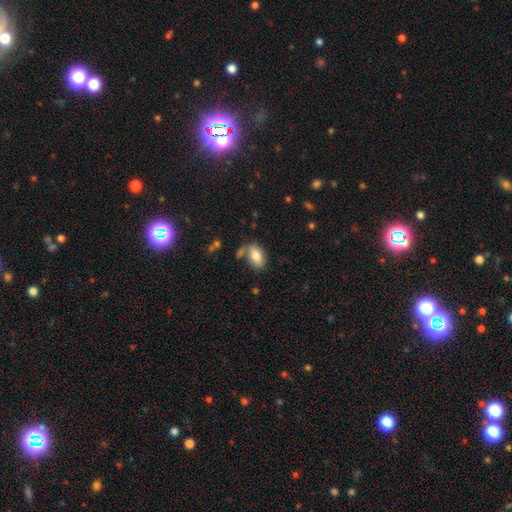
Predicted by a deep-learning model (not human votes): smooth 78%, featured or disk 14%, star or artifact 8%. Down the decision tree: how rounded — in between (90%); merging — none (59%).